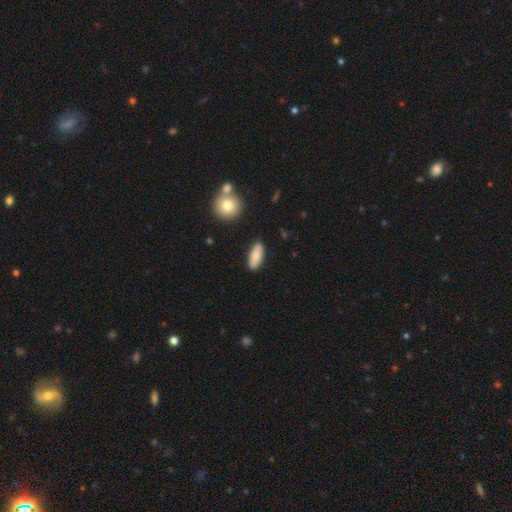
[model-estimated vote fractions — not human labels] Smooth or featured? smooth (80%)
How rounded? in between (74%)
Merging? none (87%)